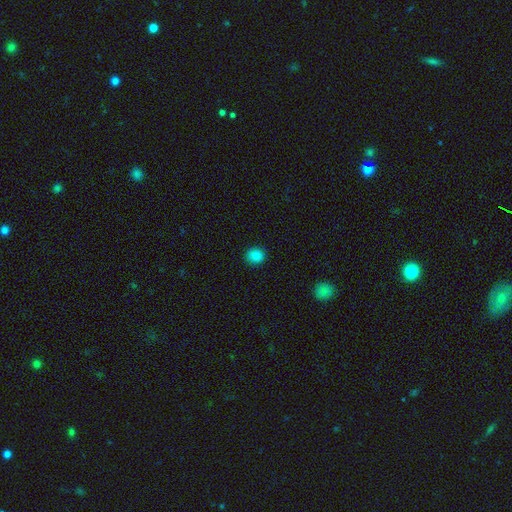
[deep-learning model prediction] A smooth galaxy with no disk features (85%) that is round (81%). Merging: none (91%).